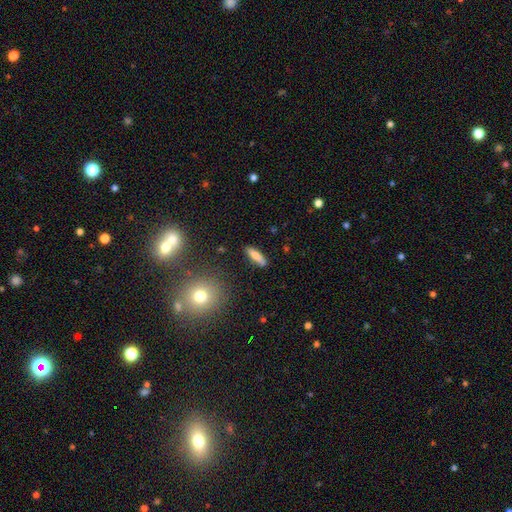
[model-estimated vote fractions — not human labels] Smooth or featured? Predicted: smooth (p=0.73). How rounded? Predicted: cigar-shaped (p=0.63). Merging? Predicted: none (p=0.83).